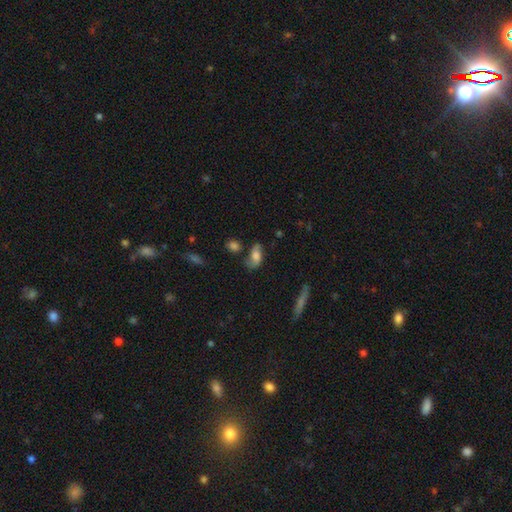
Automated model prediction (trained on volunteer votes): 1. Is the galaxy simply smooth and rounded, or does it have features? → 51% smooth, 39% featured or disk, 10% star or artifact.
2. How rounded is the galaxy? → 85% in between, 9% round, 7% cigar-shaped.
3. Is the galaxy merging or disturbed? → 51% none, 26% minor disturbance, 14% major disturbance, 9% merger.